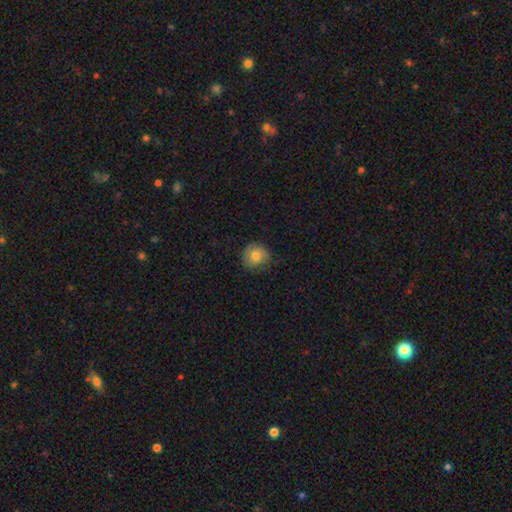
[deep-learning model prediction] Morphology: type=smooth (74%); roundness=round (86%); merging=none (76%).